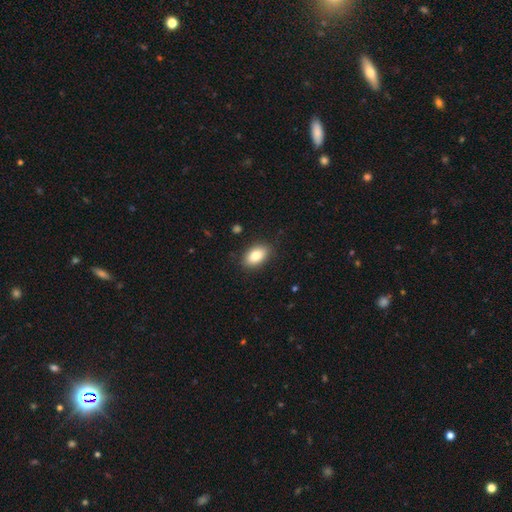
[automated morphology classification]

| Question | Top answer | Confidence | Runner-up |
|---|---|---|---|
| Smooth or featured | smooth | 82% | featured or disk (10%) |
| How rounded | in between | 91% | round (7%) |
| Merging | none | 87% | minor disturbance (9%) |